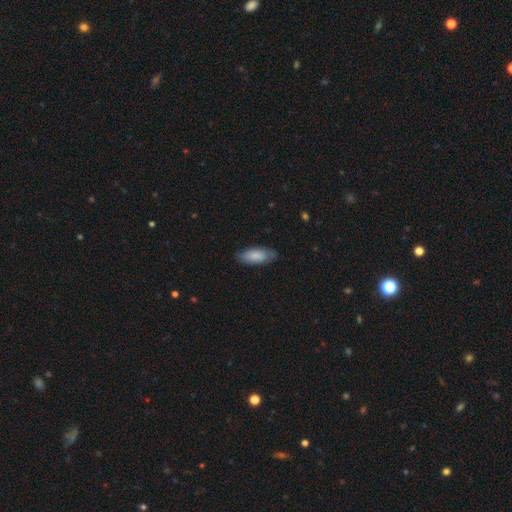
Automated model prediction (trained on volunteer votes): smooth-or-featured: smooth: 81% | featured or disk: 13% | star or artifact: 5%
  how-rounded: in between: 80% | cigar-shaped: 18% | round: 2%
  merging: none: 77% | minor disturbance: 18% | major disturbance: 3% | merger: 1%